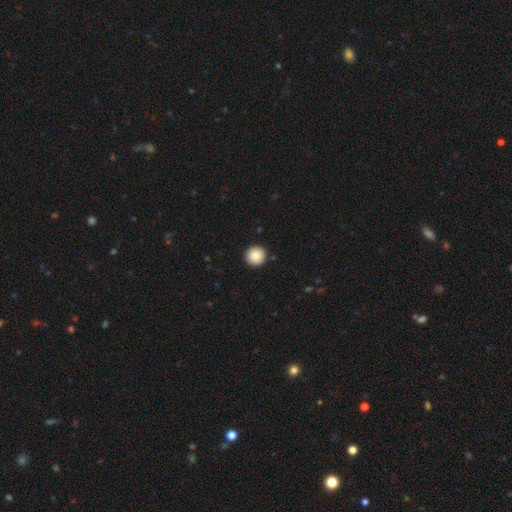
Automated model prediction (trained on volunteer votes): Smooth or featured: smooth — 86% (star or artifact — 8%)
How rounded: round — 95% (in between — 4%)
Merging: none — 93% (minor disturbance — 5%)